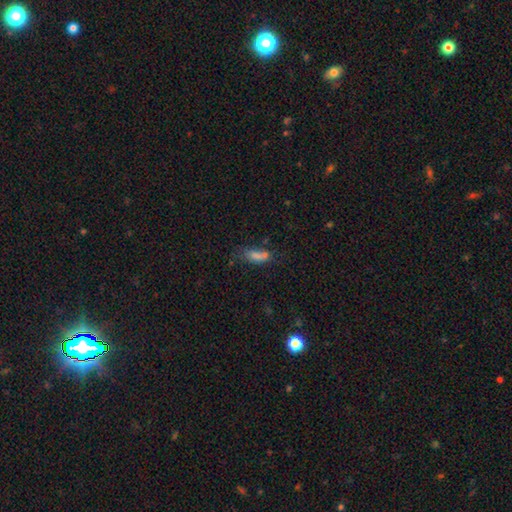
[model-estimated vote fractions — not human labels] smooth 71%, star or artifact 15%, featured or disk 14%. Down the decision tree: how rounded — in between (70%); merging — none (39%).